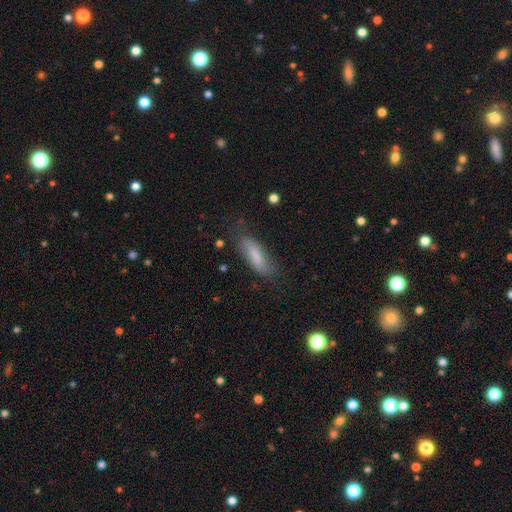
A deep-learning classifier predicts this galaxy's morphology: A smooth galaxy with no disk features (73%) that is in between round and cigar-shaped (57%). Merging: none (68%).